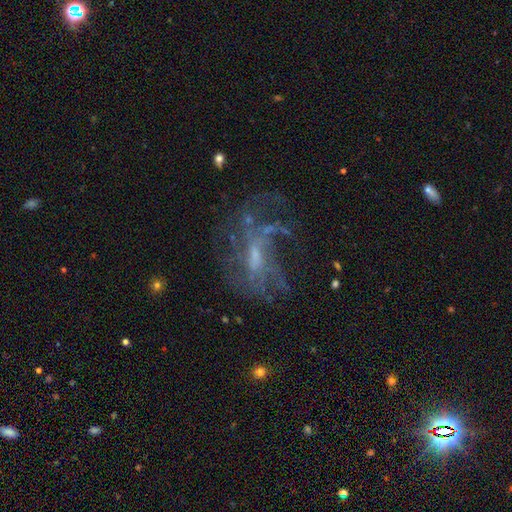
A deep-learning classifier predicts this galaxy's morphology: Smooth or featured?
  - featured or disk: 72% *
  - star or artifact: 15%
  - smooth: 13%
Edge-on disk?
  - no: 95% *
  - yes: 5%
Bar?
  - weak: 44% * (tied)
  - no: 44% * (tied)
  - strong: 12%
Spiral arms?
  - yes: 66% *
  - no: 34%
Bulge size?
  - small: 44% *
  - moderate: 32%
  - none: 19%
  - large: 3%
  - dominant: 1%
Merging?
  - none: 47% *
  - major disturbance: 32%
  - minor disturbance: 17%
  - merger: 4%